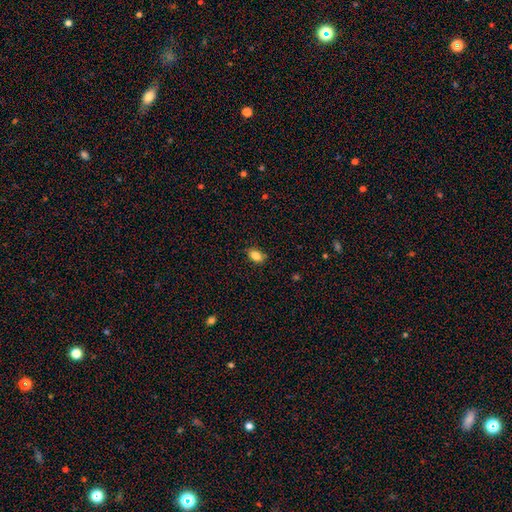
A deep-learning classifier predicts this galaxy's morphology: This is clearly a smooth galaxy (86%). How rounded: clearly in between (85%). Merging: clearly none (84%).